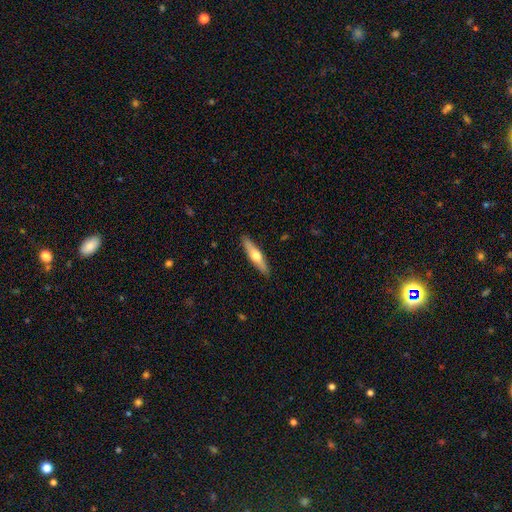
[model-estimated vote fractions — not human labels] Smooth or featured: featured or disk — 52% (smooth — 43%)
Edge-on disk: yes — 92% (no — 8%)
Merging: none — 90% (minor disturbance — 7%)